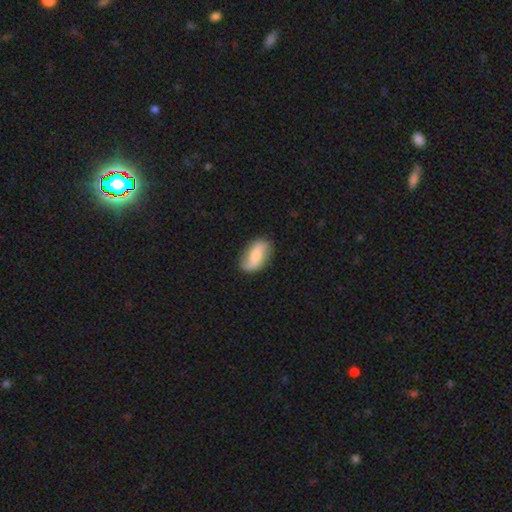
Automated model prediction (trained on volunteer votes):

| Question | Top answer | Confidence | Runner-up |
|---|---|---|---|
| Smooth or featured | smooth | 49% | featured or disk (45%) |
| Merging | none | 82% | minor disturbance (13%) |